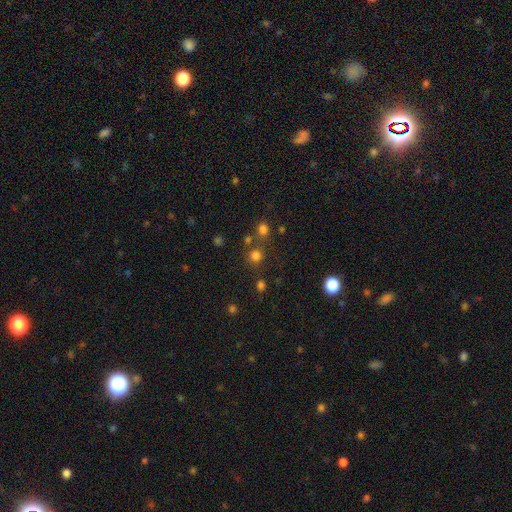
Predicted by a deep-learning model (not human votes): Overall: smooth (74%). How rounded: round (90%). Merging: none (74%).